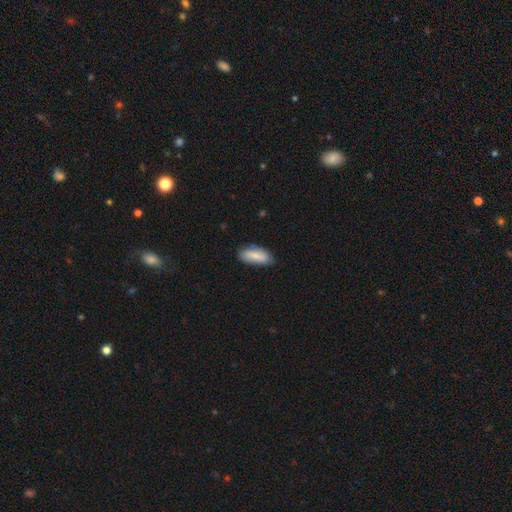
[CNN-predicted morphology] This is likely a smooth galaxy (78%). How rounded: likely in between (80%). Merging: likely none (75%).